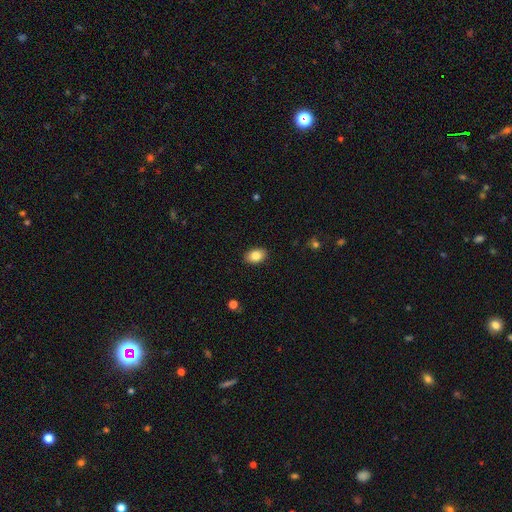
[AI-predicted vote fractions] smooth 85%, star or artifact 8%, featured or disk 7%. Down the decision tree: how rounded — in between (86%); merging — none (89%).